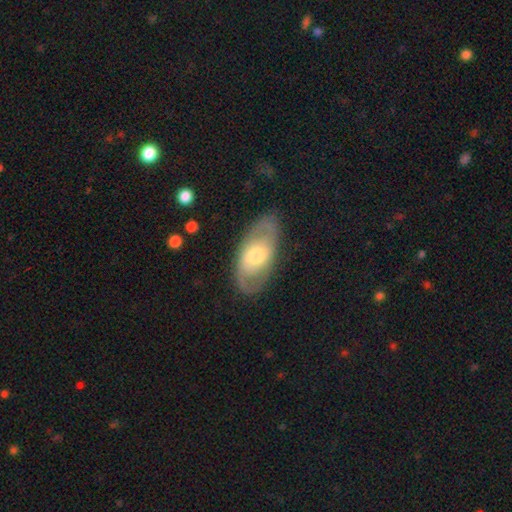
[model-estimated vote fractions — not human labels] This appears to be a featured or disk galaxy (62%) with no bar (58%), spiral arms (66%) and a moderate central bulge (65%). Merging: none (81%).